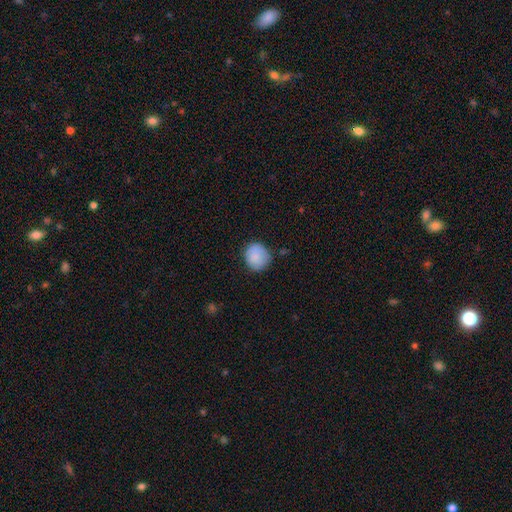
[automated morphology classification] This is clearly a smooth galaxy (86%). How rounded: clearly round (83%). Merging: likely none (72%).